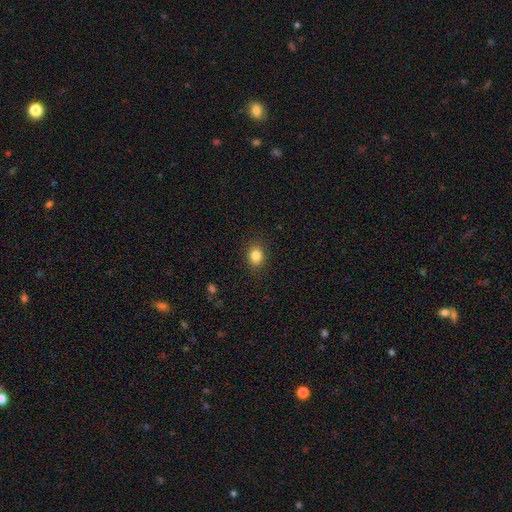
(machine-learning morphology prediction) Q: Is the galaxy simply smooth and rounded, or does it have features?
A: smooth — 84%.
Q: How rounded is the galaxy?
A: round — 62%.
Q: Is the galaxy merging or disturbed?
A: none — 89%.